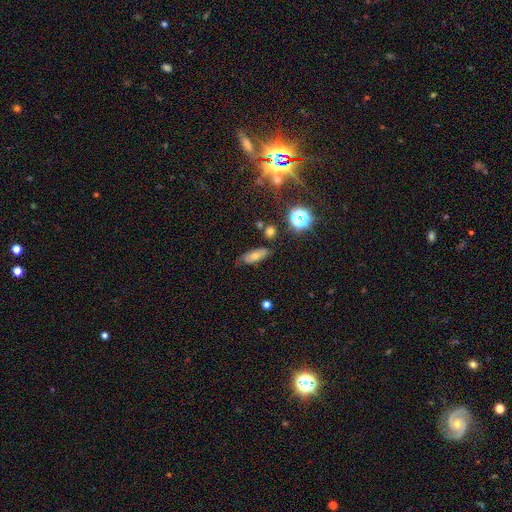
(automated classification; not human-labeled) Smooth or featured? Predicted: smooth (p=0.60). How rounded? Predicted: in between (p=0.73). Merging? Predicted: none (p=0.71).